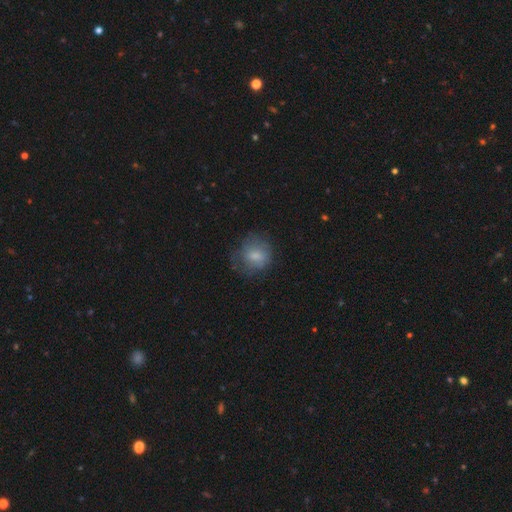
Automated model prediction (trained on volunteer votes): smooth-or-featured: smooth: 71% | featured or disk: 20% | star or artifact: 9%
  how-rounded: round: 73% | in between: 26% | cigar-shaped: 1%
  merging: none: 60% | minor disturbance: 24% | major disturbance: 15% | merger: 1%